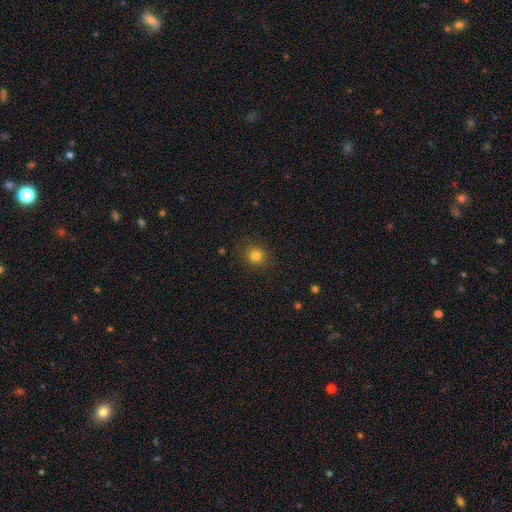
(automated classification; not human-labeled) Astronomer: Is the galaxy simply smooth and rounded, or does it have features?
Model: smooth — 80%.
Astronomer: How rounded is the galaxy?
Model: round — 84%.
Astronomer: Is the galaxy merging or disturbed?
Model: none — 88%.